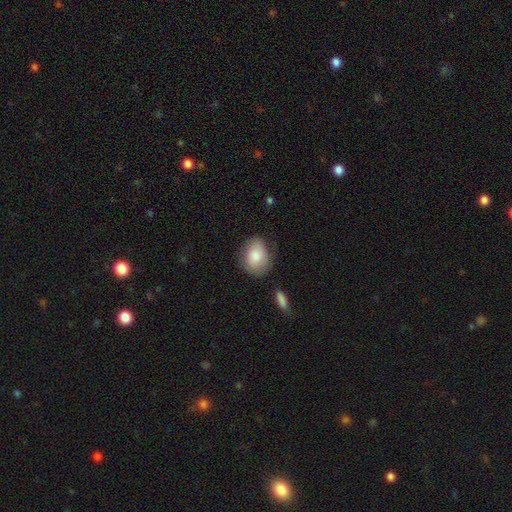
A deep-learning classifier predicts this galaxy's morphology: Smooth or featured?
  - smooth: 82% *
  - featured or disk: 11%
  - star or artifact: 7%
How rounded?
  - in between: 58% *
  - round: 41%
  - cigar-shaped: 1%
Merging?
  - none: 72% *
  - minor disturbance: 19%
  - major disturbance: 6%
  - merger: 3%